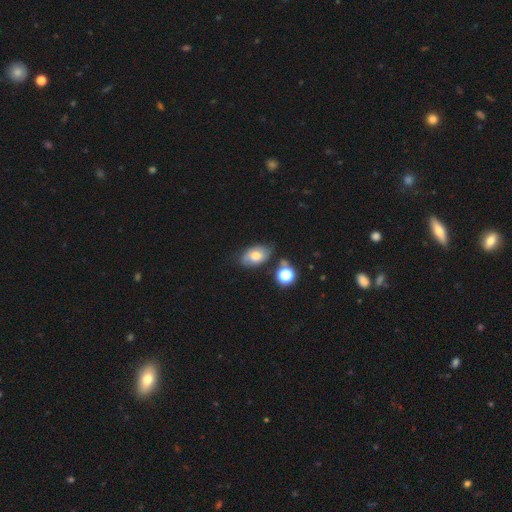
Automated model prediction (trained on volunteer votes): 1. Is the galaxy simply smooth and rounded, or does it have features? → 64% smooth, 25% featured or disk, 11% star or artifact.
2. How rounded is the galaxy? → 86% in between, 13% round, 1% cigar-shaped.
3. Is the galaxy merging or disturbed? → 68% none, 20% minor disturbance, 7% merger, 5% major disturbance.